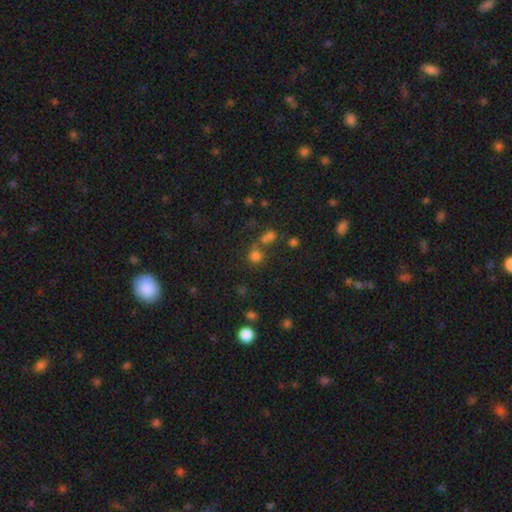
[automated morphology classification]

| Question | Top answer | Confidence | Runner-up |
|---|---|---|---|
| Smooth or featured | smooth | 69% | star or artifact (23%) |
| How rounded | round | 87% | in between (12%) |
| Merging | none | 59% | merger (26%) |